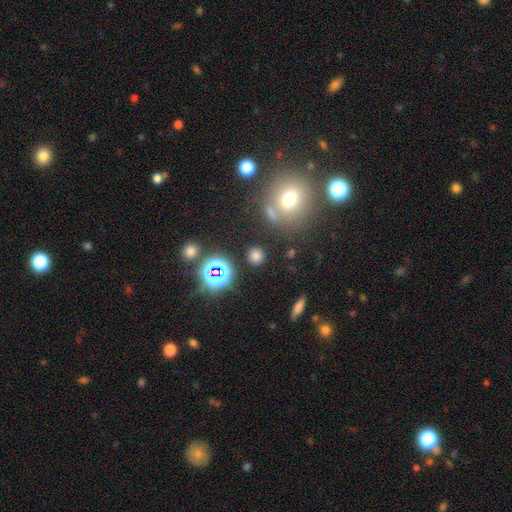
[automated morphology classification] Smooth or featured: smooth — 70% (star or artifact — 24%)
How rounded: round — 87% (in between — 11%)
Merging: none — 86% (minor disturbance — 7%)